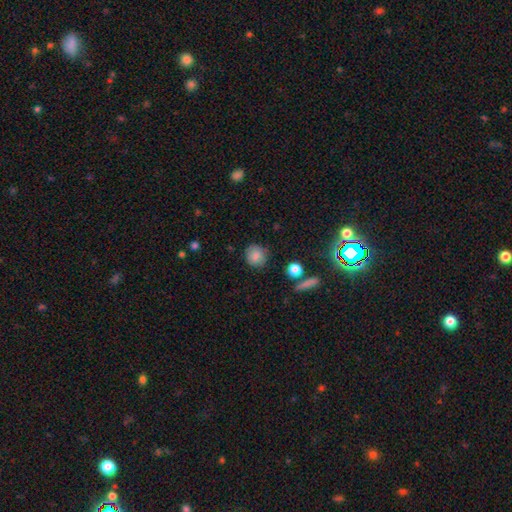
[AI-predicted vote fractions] smooth-or-featured: smooth: 83% | star or artifact: 9% | featured or disk: 7%
  how-rounded: round: 85% | in between: 14% | cigar-shaped: 1%
  merging: none: 82% | minor disturbance: 13% | major disturbance: 3% | merger: 2%